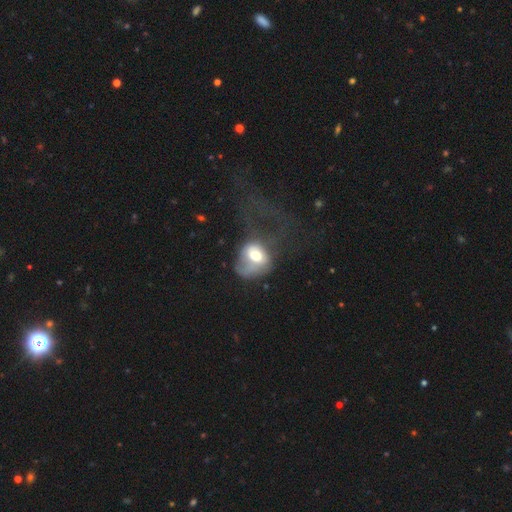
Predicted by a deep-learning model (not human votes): This is possibly a smooth galaxy (59%). How rounded: possibly in between (55%). Merging: possibly major disturbance (56%).